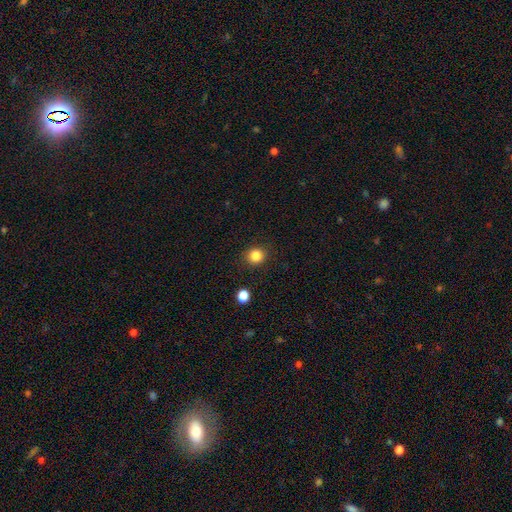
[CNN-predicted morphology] Smooth or featured? smooth (85%)
How rounded? round (87%)
Merging? none (89%)